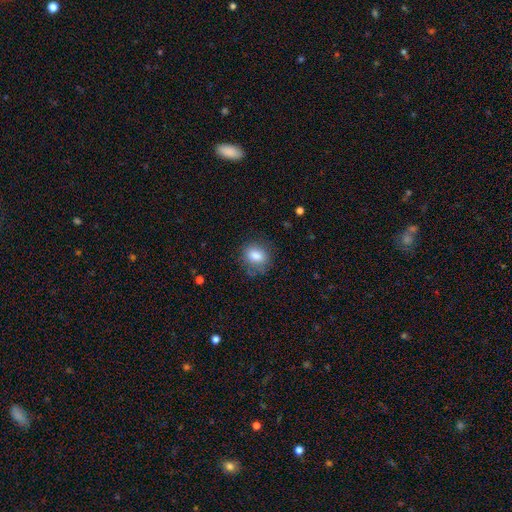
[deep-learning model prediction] Smooth or featured? Predicted: smooth (p=0.83). How rounded? Predicted: in between (p=0.51). Merging? Predicted: none (p=0.73).